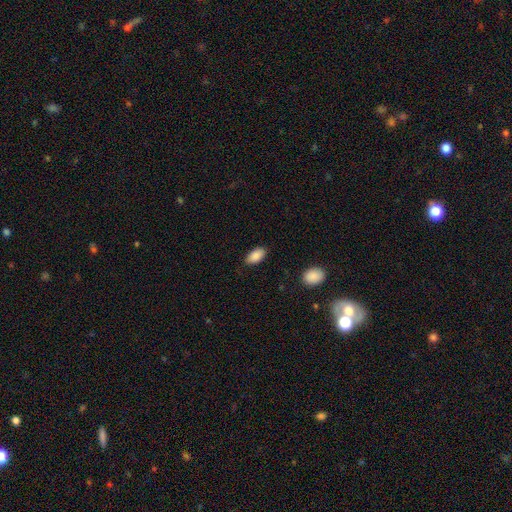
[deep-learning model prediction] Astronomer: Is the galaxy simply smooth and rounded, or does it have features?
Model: smooth — 89%.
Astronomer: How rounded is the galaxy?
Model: in between — 94%.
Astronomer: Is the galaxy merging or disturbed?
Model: none — 84%.